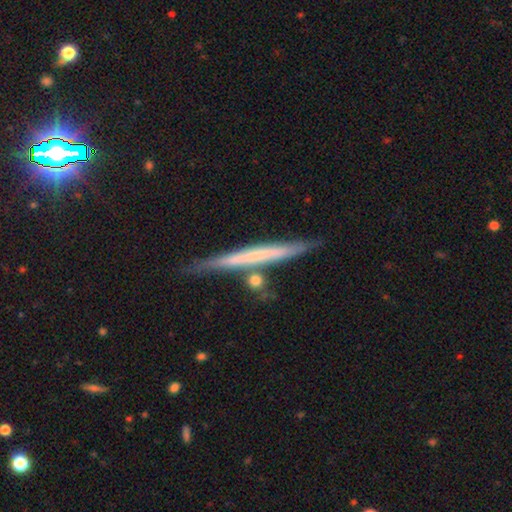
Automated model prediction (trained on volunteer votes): This appears to be a featured or disk galaxy (50%) viewed edge-on (95%). Merging: none (77%).